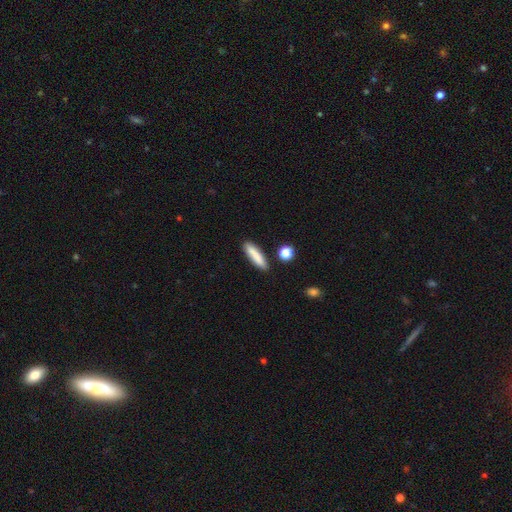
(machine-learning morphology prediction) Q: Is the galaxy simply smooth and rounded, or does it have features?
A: smooth — 84%.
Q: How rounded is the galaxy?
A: cigar-shaped — 78%.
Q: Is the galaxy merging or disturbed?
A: none — 84%.